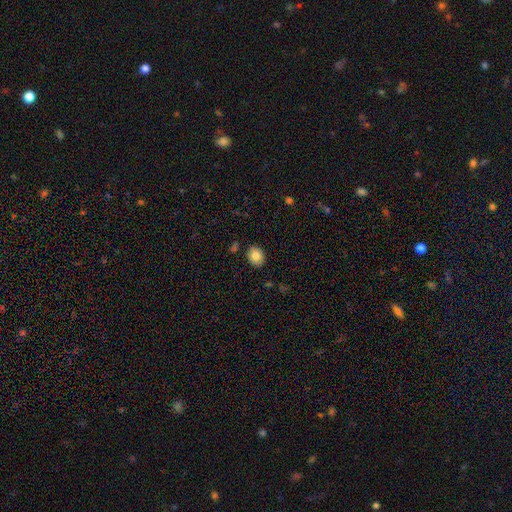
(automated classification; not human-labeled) Smooth or featured: smooth — 82% (featured or disk — 10%)
How rounded: in between — 54% (round — 45%)
Merging: none — 87% (minor disturbance — 9%)